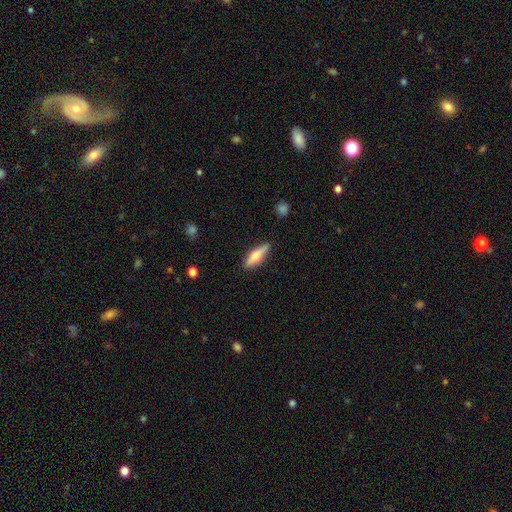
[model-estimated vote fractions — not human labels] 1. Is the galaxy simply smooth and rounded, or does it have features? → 58% smooth, 36% featured or disk, 6% star or artifact.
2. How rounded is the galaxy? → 60% cigar-shaped, 37% in between, 2% round.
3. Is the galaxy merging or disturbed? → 83% none, 13% minor disturbance, 3% major disturbance, 2% merger.